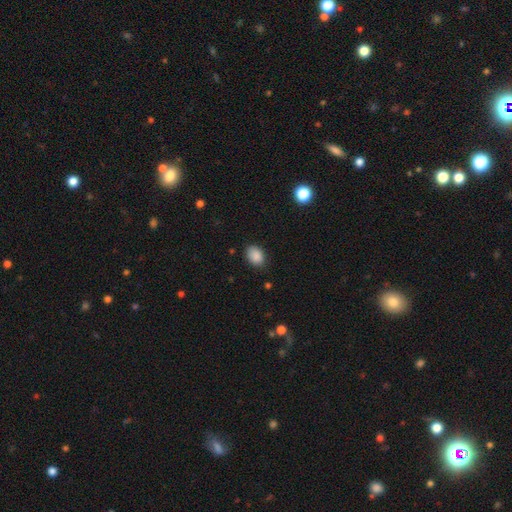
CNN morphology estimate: Smooth or featured?
  - smooth: 88% *
  - star or artifact: 8%
  - featured or disk: 3%
How rounded?
  - in between: 76% *
  - round: 23%
  - cigar-shaped: 1%
Merging?
  - none: 82% *
  - minor disturbance: 14%
  - major disturbance: 3%
  - merger: 1%